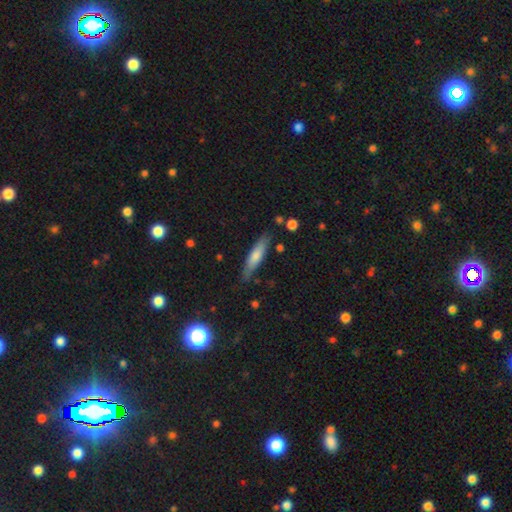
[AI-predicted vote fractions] This appears to be a smooth galaxy with no disk features (65%) that is cigar-shaped (78%). Merging: none (81%).